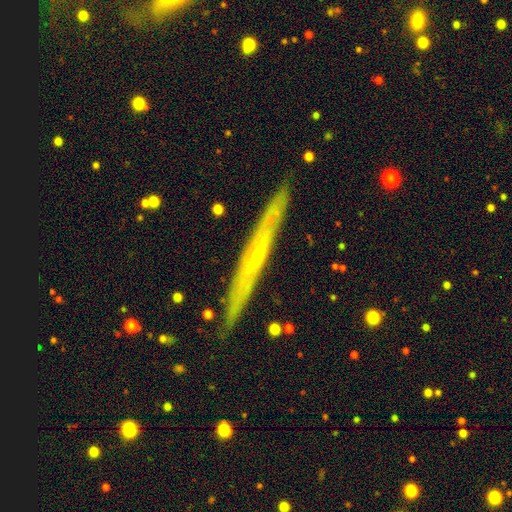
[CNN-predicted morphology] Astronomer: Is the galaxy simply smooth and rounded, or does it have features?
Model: featured or disk — 74%.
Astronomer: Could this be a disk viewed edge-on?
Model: yes — 95%.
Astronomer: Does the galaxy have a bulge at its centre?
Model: rounded — 49% (runner-up: none, 48%).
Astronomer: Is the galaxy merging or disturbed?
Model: none — 89%.